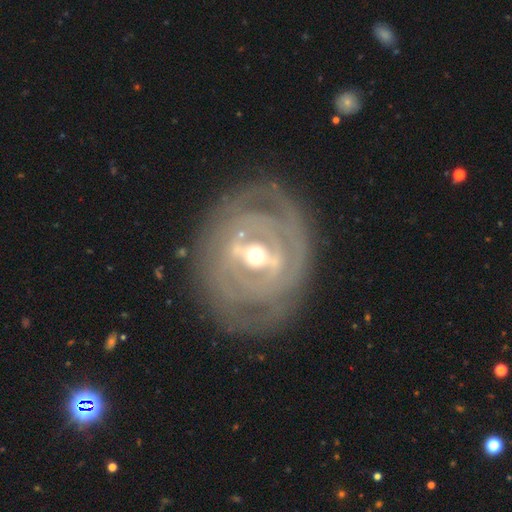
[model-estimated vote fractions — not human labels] smooth-or-featured: featured or disk: 85% | smooth: 10% | star or artifact: 5%
  disk-edge-on: no: 93% | yes: 7%
    bar: strong: 54% | weak: 31% | no: 15%
    has-spiral-arms: yes: 68% | no: 32%
      spiral-winding: tight: 74% | medium: 18% | loose: 8%
      spiral-arm-count: can't tell: 46% | 2: 26% | 3: 10% | 4: 7% | 1: 6% | more than 4: 5%
    bulge-size: moderate: 64% | small: 28% | large: 5% | dominant: 1% | none: 1%
  merging: none: 76% | minor disturbance: 14% | major disturbance: 8% | merger: 2%